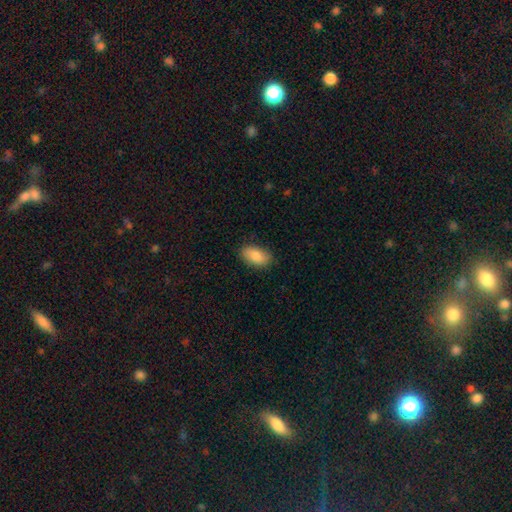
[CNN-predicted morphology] A smooth galaxy with no disk features (84%) that is in between round and cigar-shaped (93%). Merging: none (85%).